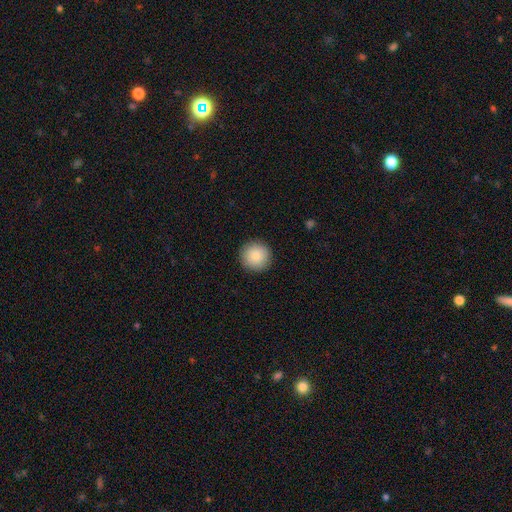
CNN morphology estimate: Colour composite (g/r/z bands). It shows a smooth galaxy with no disk features (86%) that is round (95%). Merging: none (92%).